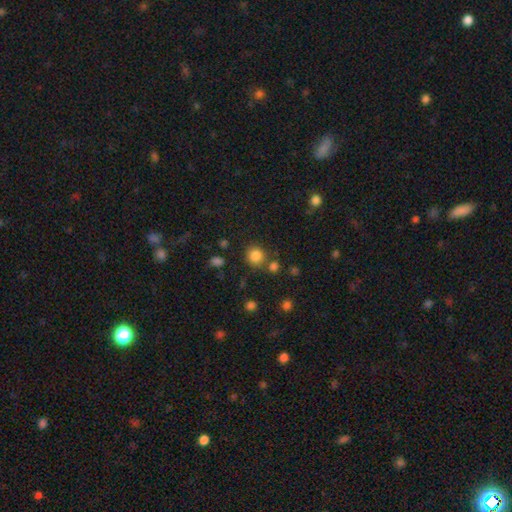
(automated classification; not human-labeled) Overall: smooth (83%). How rounded: round (88%). Merging: none (74%).